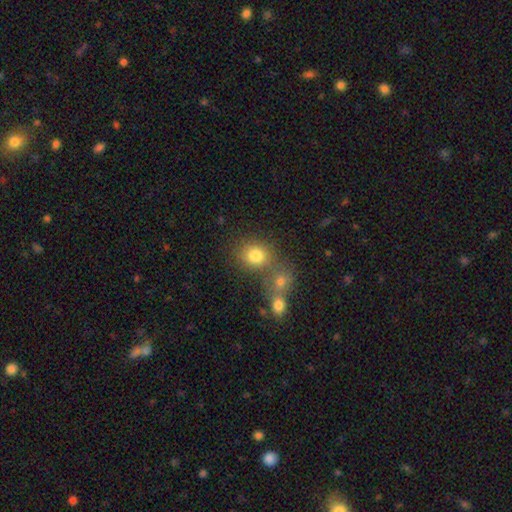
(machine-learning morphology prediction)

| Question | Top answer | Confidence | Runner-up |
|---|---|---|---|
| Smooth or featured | smooth | 79% | star or artifact (13%) |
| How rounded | round | 69% | in between (29%) |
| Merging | none | 53% | merger (33%) |